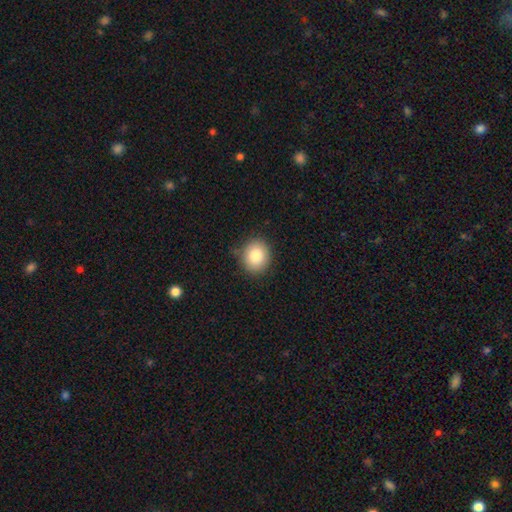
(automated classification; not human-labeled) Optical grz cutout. It shows a smooth galaxy with no disk features (84%) that is round (74%). Merging: none (84%).